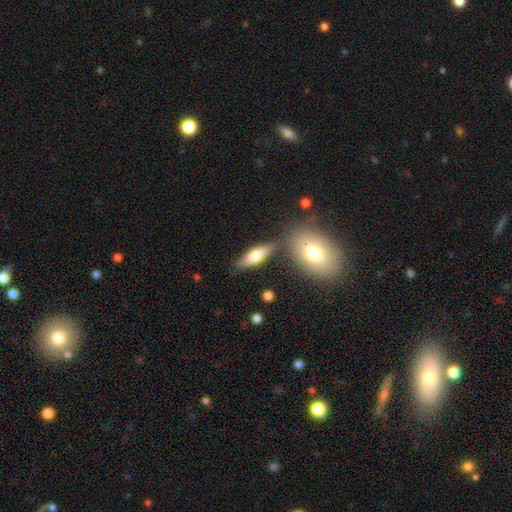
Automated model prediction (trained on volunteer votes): The model was most divided on "how rounded": in between: 62%, cigar-shaped: 35%, round: 3%. More confident: merging — none (72%); smooth or featured — smooth (66%).